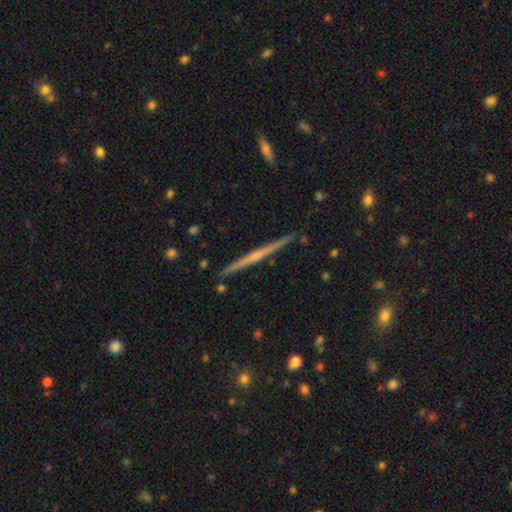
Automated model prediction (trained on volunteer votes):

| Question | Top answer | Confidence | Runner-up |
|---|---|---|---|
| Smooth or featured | featured or disk | 69% | smooth (25%) |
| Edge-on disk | yes | 98% | no (2%) |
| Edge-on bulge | none | 62% | rounded (32%) |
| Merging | none | 91% | minor disturbance (6%) |